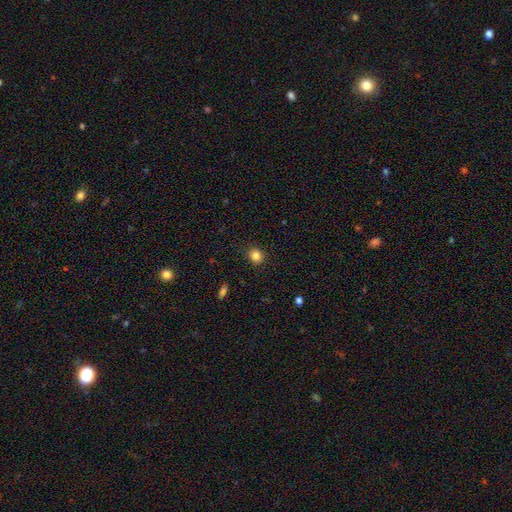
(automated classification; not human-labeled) Smooth or featured? smooth (84%)
How rounded? round (81%)
Merging? none (89%)